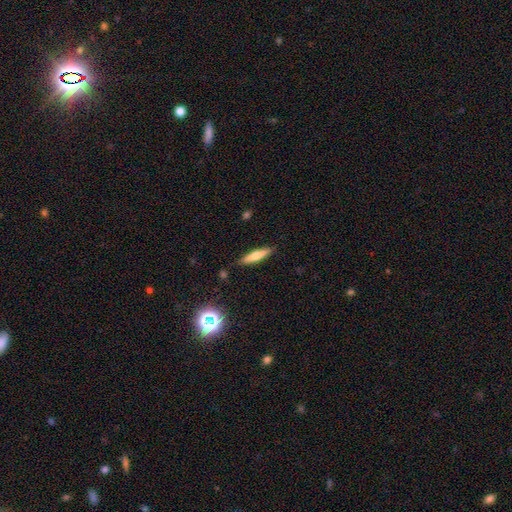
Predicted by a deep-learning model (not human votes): Morphology: type=smooth (55%); roundness=cigar-shaped (80%); merging=none (88%).